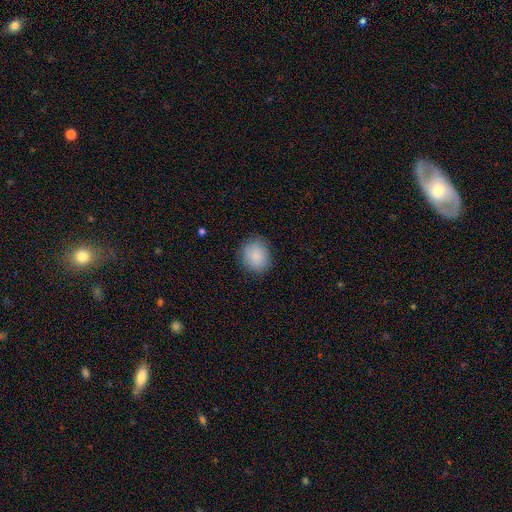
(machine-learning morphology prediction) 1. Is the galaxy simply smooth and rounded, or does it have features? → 87% smooth, 7% star or artifact, 6% featured or disk.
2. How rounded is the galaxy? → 68% round, 31% in between, 1% cigar-shaped.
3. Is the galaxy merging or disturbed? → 83% none, 13% minor disturbance, 3% major disturbance, 1% merger.